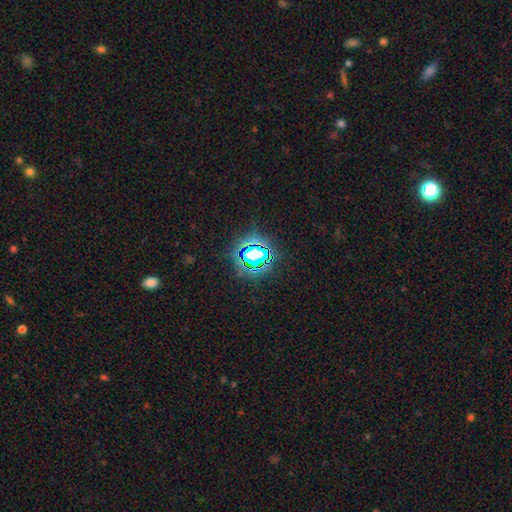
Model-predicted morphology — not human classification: Smooth or featured?
  - star or artifact: 73% *
  - smooth: 16%
  - featured or disk: 11%